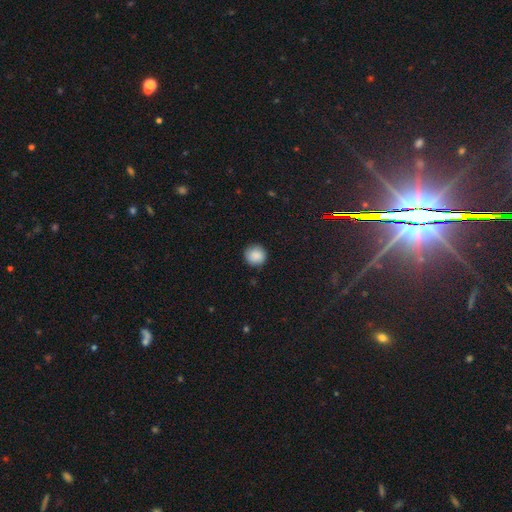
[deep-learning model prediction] A smooth galaxy with no disk features (88%) that is round (94%). Merging: none (89%).